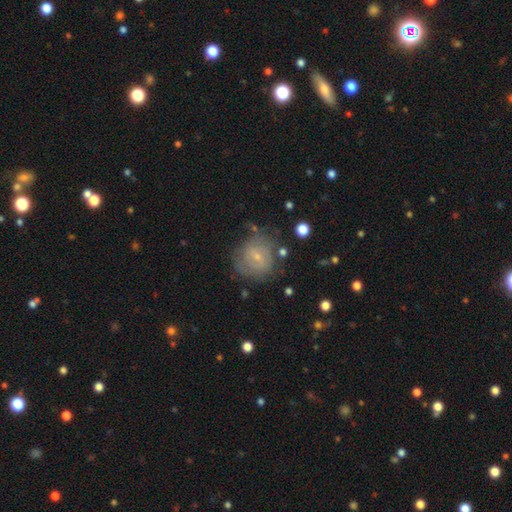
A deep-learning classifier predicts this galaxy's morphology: type=featured or disk (49%); merging=none (66%).